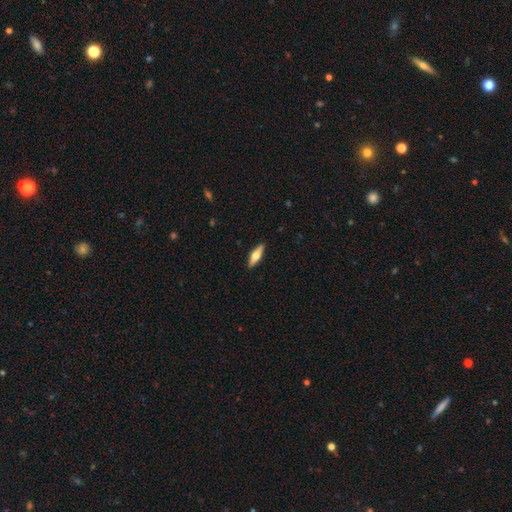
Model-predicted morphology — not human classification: Smooth or featured? featured or disk (48%)
Merging? none (90%)